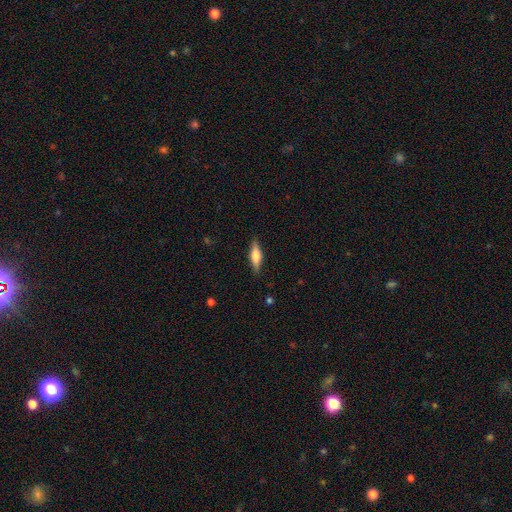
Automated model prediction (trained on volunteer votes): This appears to be a smooth galaxy with no disk features (50%) that is cigar-shaped (57%). Merging: none (87%).